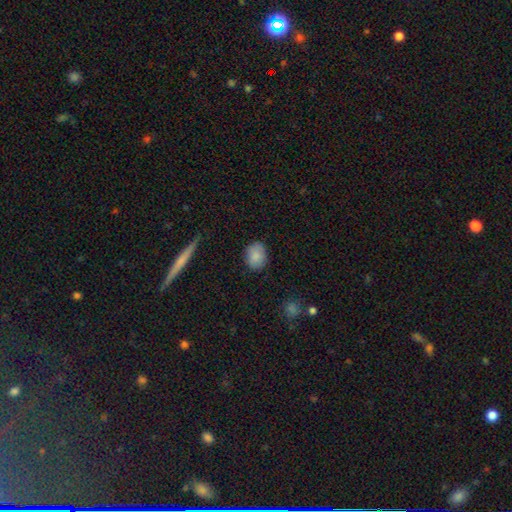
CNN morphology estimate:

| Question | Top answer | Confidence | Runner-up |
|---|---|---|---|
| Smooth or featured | smooth | 86% | star or artifact (7%) |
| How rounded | in between | 61% | round (38%) |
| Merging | none | 84% | minor disturbance (12%) |